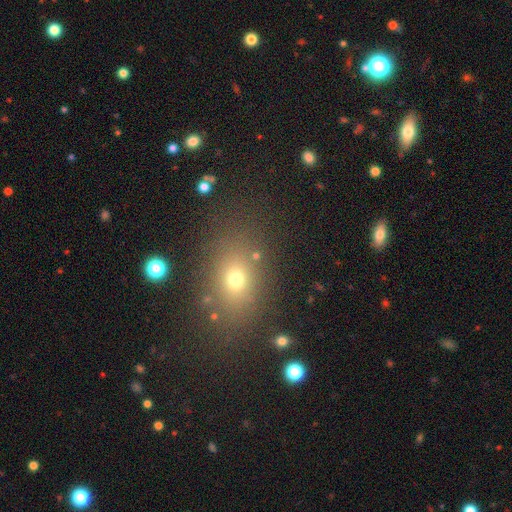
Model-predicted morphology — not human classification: A smooth galaxy with no disk features (67%) that is in between round and cigar-shaped (62%).

Vote fractions:
- Smooth or featured? smooth: 67% / star or artifact: 21% / featured or disk: 13%
- How rounded? in between: 62% / round: 35% / cigar-shaped: 2%
- Merging? none: 79% / minor disturbance: 11% / major disturbance: 6% / merger: 4%